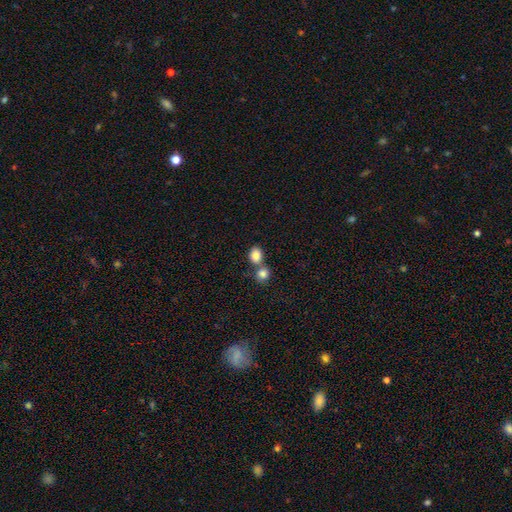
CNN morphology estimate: Overall: smooth (85%). How rounded: in between (51%; round 48%). Merging: merger (46%; none 44%).